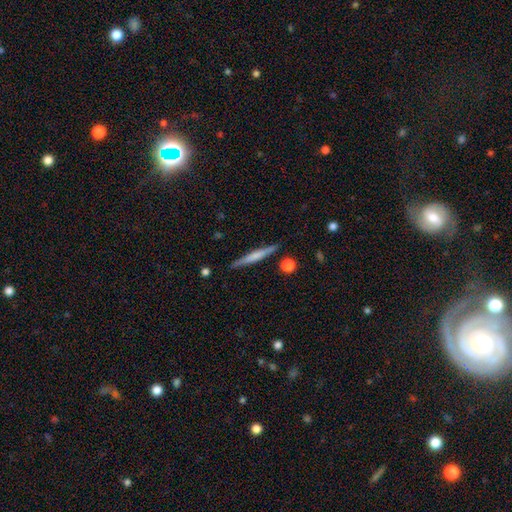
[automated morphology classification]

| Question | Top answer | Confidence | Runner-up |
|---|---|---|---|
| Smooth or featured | featured or disk | 48% | smooth (47%) |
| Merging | none | 88% | minor disturbance (8%) |